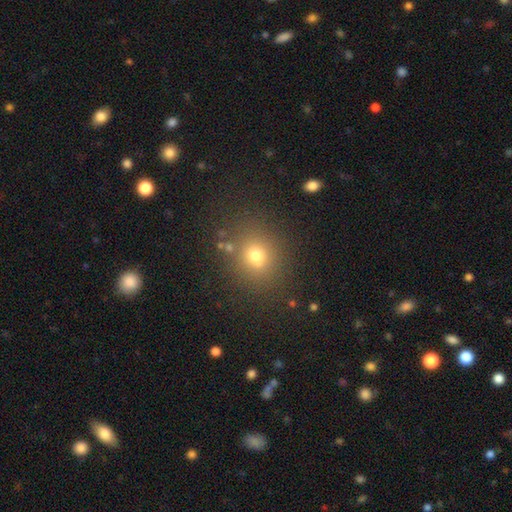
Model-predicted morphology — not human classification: A smooth galaxy with no disk features (69%) that is round (75%). Merging: none (81%).